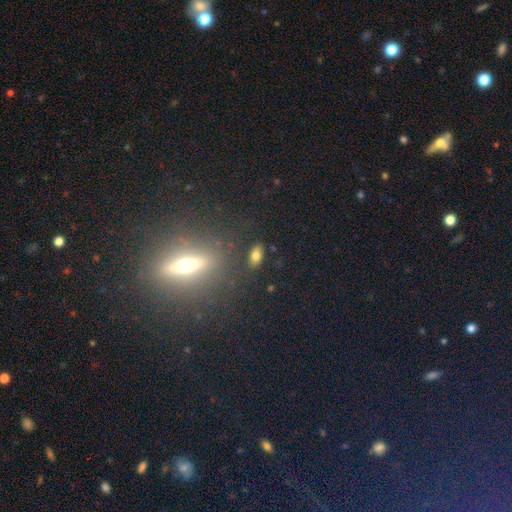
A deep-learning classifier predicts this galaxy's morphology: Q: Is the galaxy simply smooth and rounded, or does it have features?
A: smooth — 75%.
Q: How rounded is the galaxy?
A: in between — 87%.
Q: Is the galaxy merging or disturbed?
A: none — 83%.